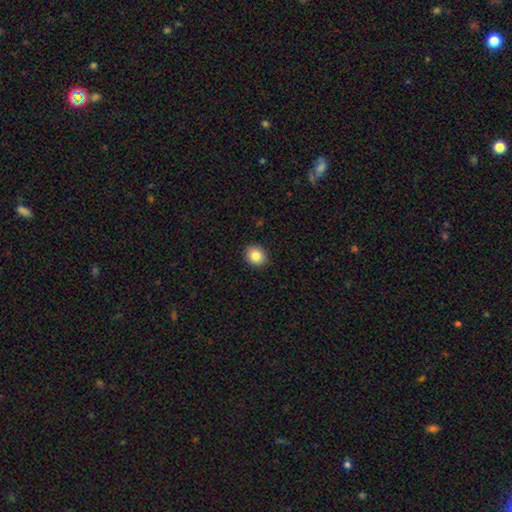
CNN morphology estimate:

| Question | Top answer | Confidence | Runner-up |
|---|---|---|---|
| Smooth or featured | smooth | 84% | star or artifact (9%) |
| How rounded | round | 71% | in between (28%) |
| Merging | none | 91% | minor disturbance (6%) |